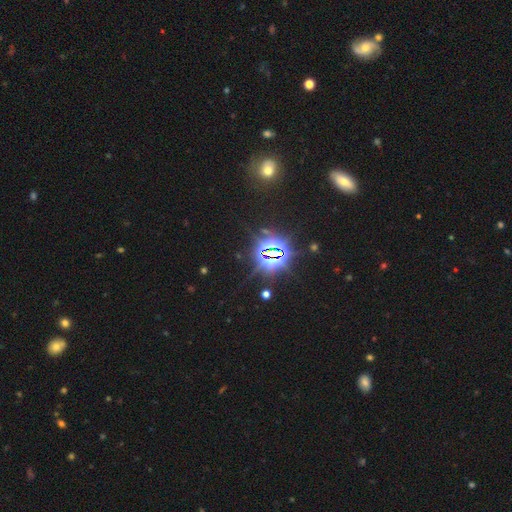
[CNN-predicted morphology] This is likely a star or artifact rather than a galaxy (75%).